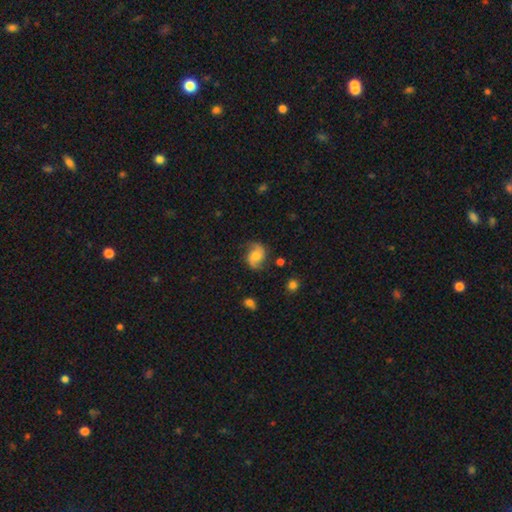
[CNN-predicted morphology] smooth_or_featured: featured or disk (p=0.71) [alt: smooth p=0.21]
disk_edge_on: no (p=0.98) [alt: yes p=0.02]
bar: no (p=0.61) [alt: weak p=0.32]
has_spiral_arms: yes (p=0.94) [alt: no p=0.06]
spiral_winding: loose (p=0.45) [alt: medium p=0.41]
spiral_arm_count: 2 (p=0.91) [alt: can't tell p=0.04]
bulge_size: moderate (p=0.54) [alt: small p=0.26]
merging: none (p=0.74) [alt: minor disturbance p=0.18]